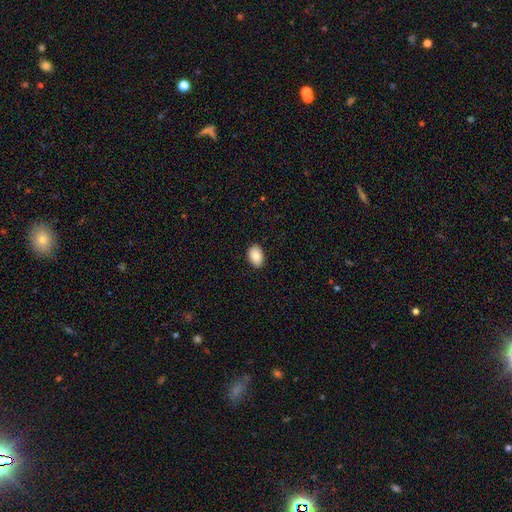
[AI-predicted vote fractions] Smooth or featured? Predicted: smooth (p=0.87). How rounded? Predicted: in between (p=0.86). Merging? Predicted: none (p=0.88).